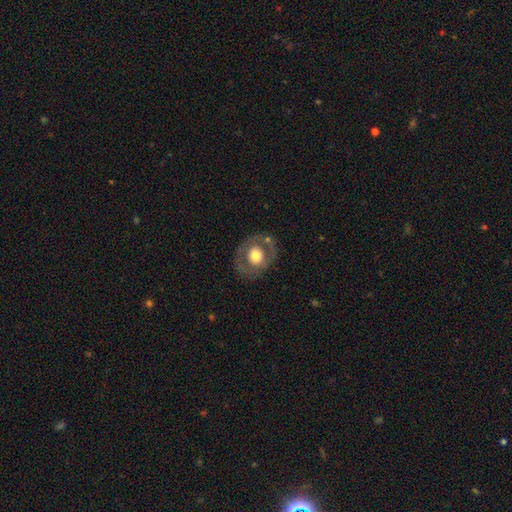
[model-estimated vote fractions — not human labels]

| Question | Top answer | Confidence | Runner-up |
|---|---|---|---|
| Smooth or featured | smooth | 51% | featured or disk (43%) |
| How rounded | round | 66% | in between (34%) |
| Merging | none | 75% | minor disturbance (15%) |